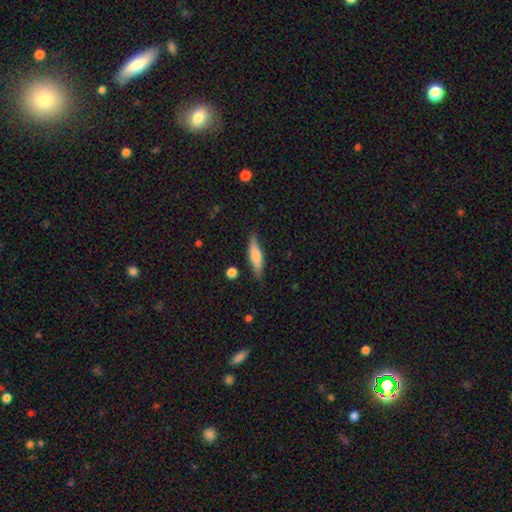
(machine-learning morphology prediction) A smooth galaxy with no disk features (63%) that is cigar-shaped (67%).

Vote fractions:
- Smooth or featured? smooth: 63% / featured or disk: 31% / star or artifact: 6%
- How rounded? cigar-shaped: 67% / in between: 31% / round: 2%
- Merging? none: 80% / minor disturbance: 15% / major disturbance: 3% / merger: 2%